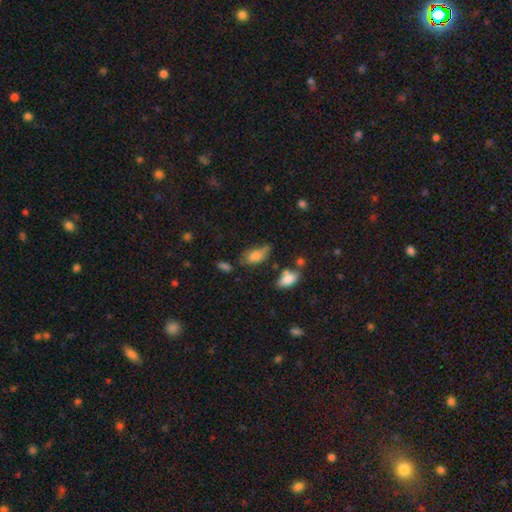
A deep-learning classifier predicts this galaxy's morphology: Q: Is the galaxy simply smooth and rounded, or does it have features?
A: smooth — 77%.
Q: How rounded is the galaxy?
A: in between — 88%.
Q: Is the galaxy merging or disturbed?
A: none — 38%.